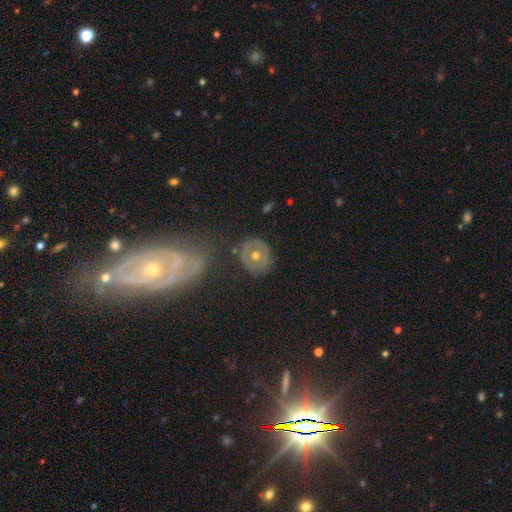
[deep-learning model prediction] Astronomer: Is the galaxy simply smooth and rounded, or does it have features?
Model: featured or disk — 52% (runner-up: smooth, 39%).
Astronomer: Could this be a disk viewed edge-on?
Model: no — 95%.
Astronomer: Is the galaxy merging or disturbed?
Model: none — 79%.